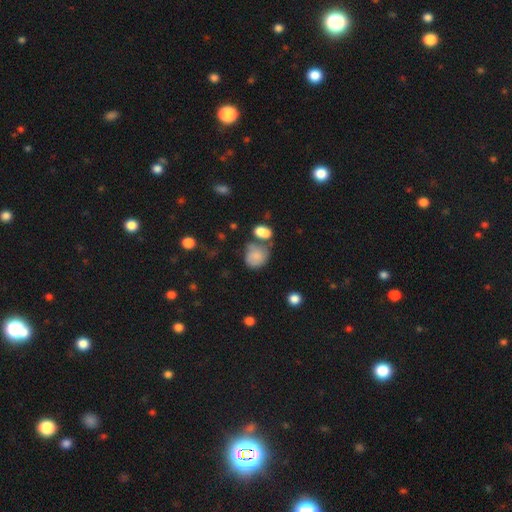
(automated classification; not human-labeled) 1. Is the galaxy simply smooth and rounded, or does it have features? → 69% smooth, 21% featured or disk, 10% star or artifact.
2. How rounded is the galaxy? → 65% round, 34% in between, 1% cigar-shaped.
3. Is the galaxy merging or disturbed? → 36% none, 30% merger, 21% minor disturbance, 13% major disturbance.